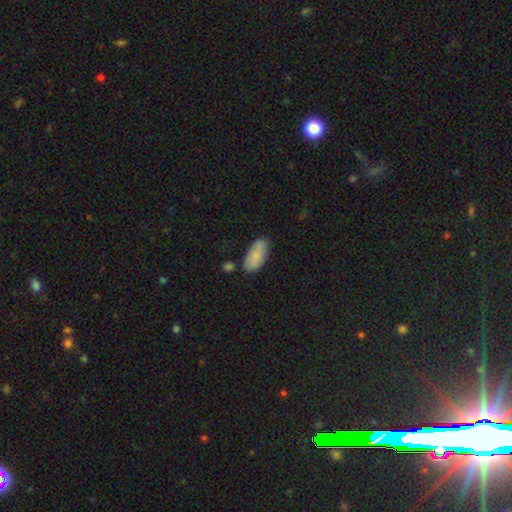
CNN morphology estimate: A smooth galaxy with no disk features (83%) that is in between round and cigar-shaped (89%).

Vote fractions:
- Smooth or featured? smooth: 83% / featured or disk: 10% / star or artifact: 6%
- How rounded? in between: 89% / cigar-shaped: 9% / round: 2%
- Merging? none: 72% / minor disturbance: 19% / merger: 5% / major disturbance: 4%